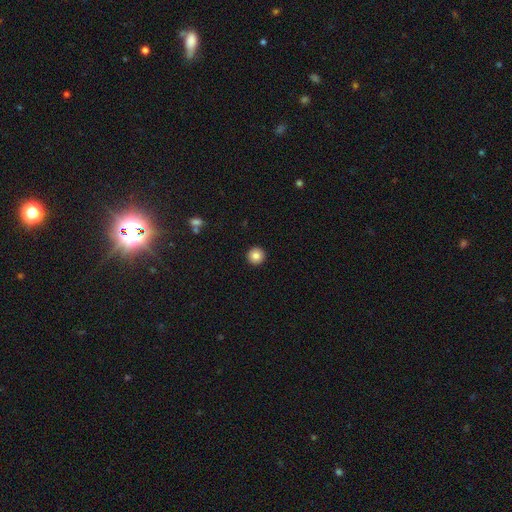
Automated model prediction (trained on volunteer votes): Morphology: type=smooth (84%); roundness=round (96%); merging=none (94%).